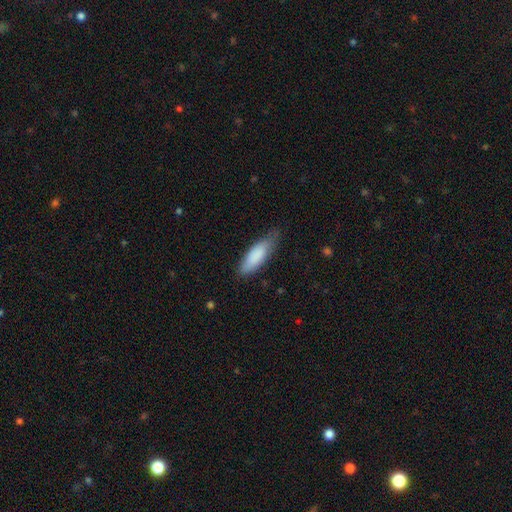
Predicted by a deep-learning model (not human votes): smooth 86%, featured or disk 9%, star or artifact 5%. Down the decision tree: how rounded — in between (56%); merging — none (66%).